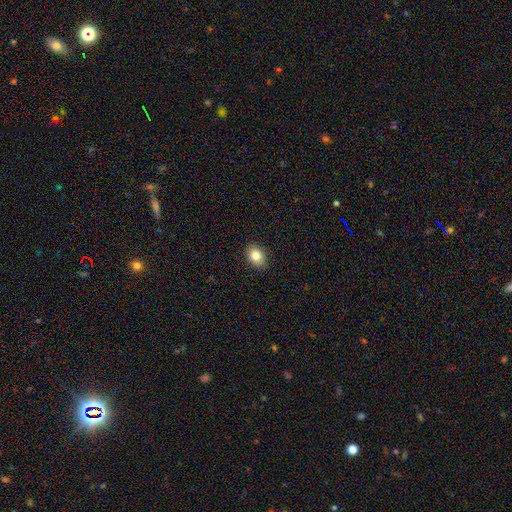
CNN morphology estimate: The model was most divided on "how rounded": in between: 55%, round: 44%, cigar-shaped: 1%. More confident: merging — none (87%); smooth or featured — smooth (83%).